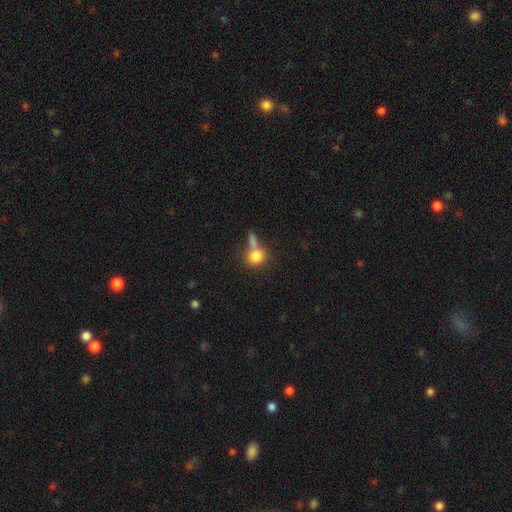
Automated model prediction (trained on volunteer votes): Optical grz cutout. It shows a smooth galaxy with no disk features (80%) that is round (74%). Merging: none (41%).